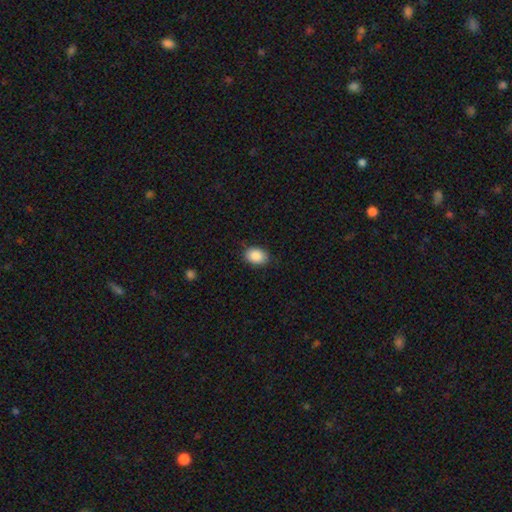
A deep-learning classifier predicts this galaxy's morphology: type=smooth (89%); roundness=in between (77%); merging=none (84%).